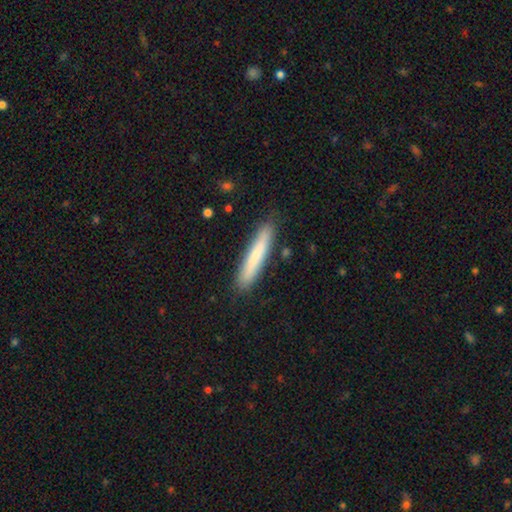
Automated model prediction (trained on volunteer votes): smooth_or_featured: smooth (p=0.75) [alt: featured or disk p=0.19]
how_rounded: cigar-shaped (p=0.93) [alt: in between p=0.06]
merging: none (p=0.88) [alt: minor disturbance p=0.09]